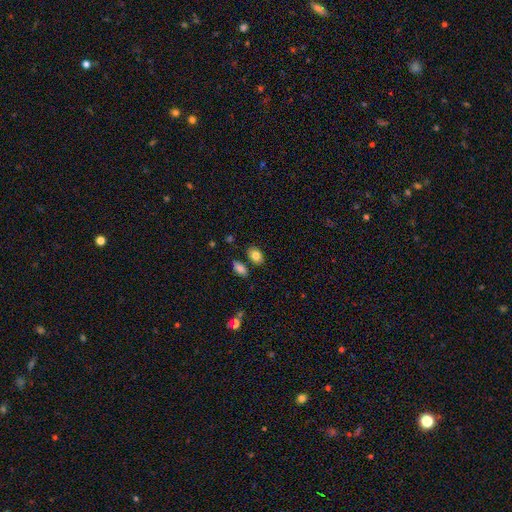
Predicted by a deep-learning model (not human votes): This appears to be a smooth galaxy with no disk features (83%) that is in between round and cigar-shaped (85%). Merging: none (78%).